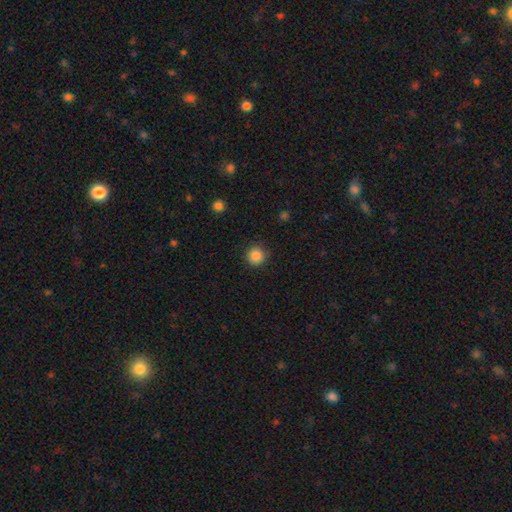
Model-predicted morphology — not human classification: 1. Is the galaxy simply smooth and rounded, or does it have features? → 86% smooth, 10% star or artifact, 4% featured or disk.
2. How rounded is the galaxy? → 94% round, 5% in between, 1% cigar-shaped.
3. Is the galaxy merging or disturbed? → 89% none, 7% minor disturbance, 2% major disturbance, 1% merger.